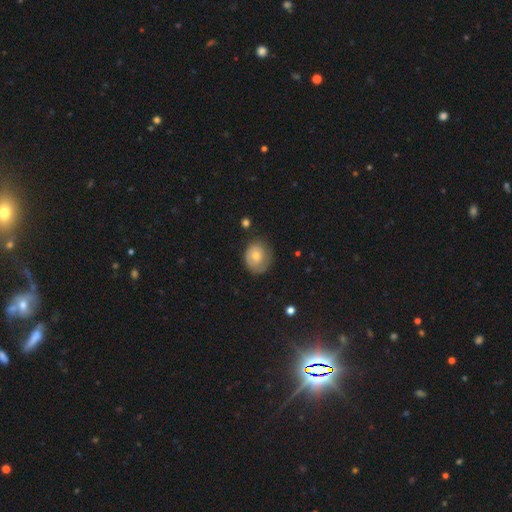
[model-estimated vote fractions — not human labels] Smooth or featured? smooth (61%)
How rounded? round (63%)
Merging? none (67%)